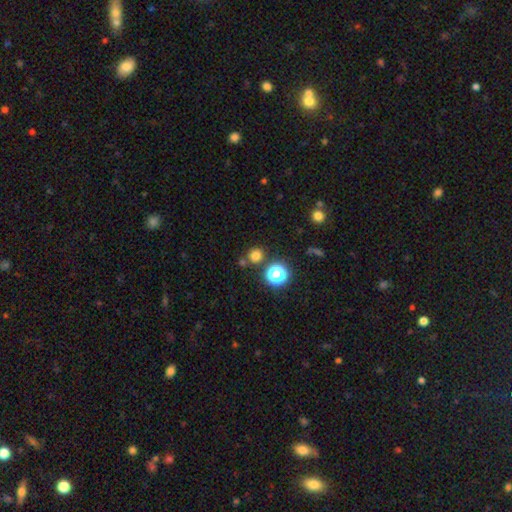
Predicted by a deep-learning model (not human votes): Morphology: type=smooth (74%); roundness=round (89%); merging=none (78%).